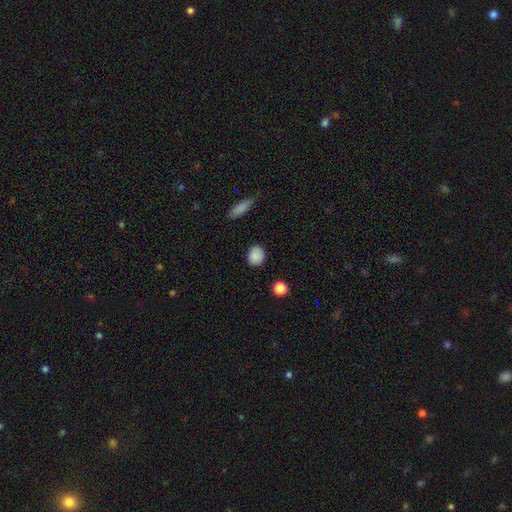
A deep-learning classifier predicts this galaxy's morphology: type=smooth (88%); roundness=round (77%); merging=none (88%).